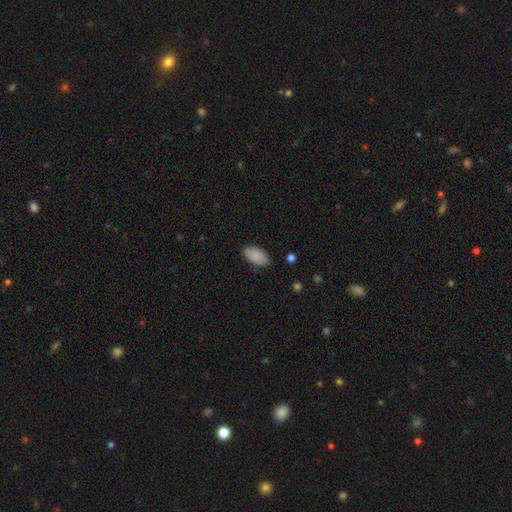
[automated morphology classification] smooth-or-featured: smooth: 88% | star or artifact: 7% | featured or disk: 5%
  how-rounded: in between: 95% | round: 3% | cigar-shaped: 2%
  merging: none: 85% | minor disturbance: 11% | major disturbance: 2% | merger: 1%